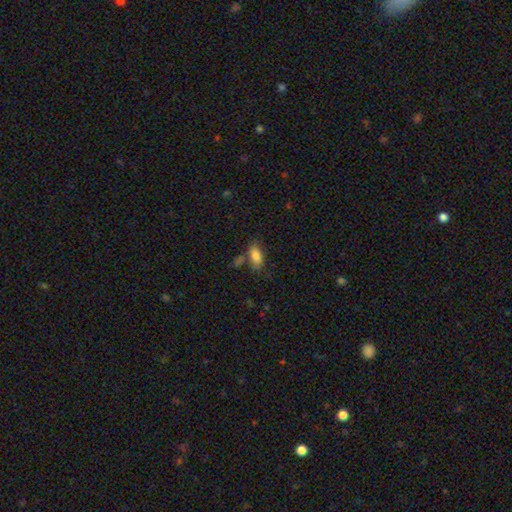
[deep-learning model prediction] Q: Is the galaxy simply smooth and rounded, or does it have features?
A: smooth — 82%.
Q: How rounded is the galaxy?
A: in between — 87%.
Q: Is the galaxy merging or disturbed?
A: none — 59%.